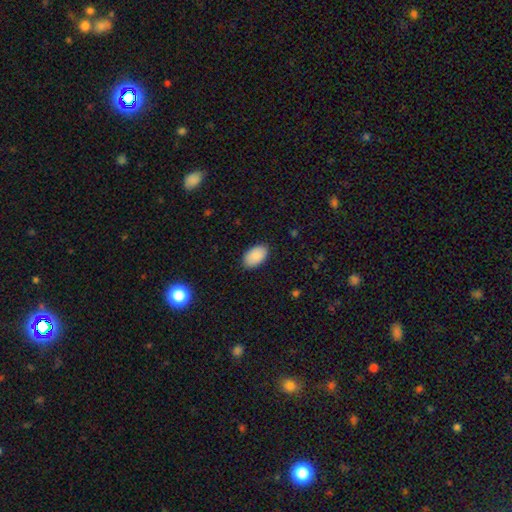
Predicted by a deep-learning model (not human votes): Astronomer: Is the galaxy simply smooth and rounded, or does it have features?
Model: smooth — 90%.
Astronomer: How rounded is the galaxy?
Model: in between — 95%.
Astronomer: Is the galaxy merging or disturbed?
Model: none — 88%.